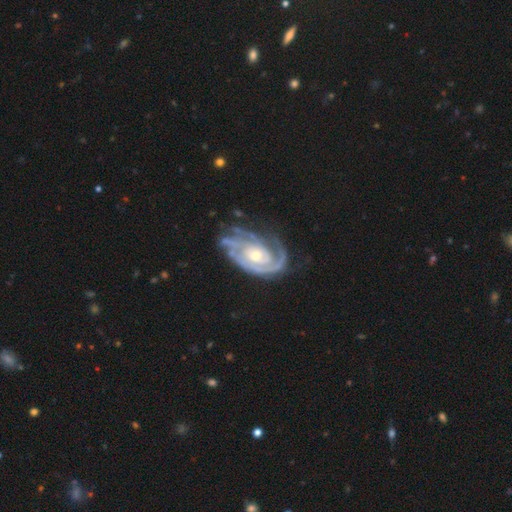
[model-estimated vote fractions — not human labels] smooth-or-featured: featured or disk: 91% | smooth: 4% | star or artifact: 4%
  disk-edge-on: no: 97% | yes: 3%
    bar: no: 72% | weak: 21% | strong: 7%
    has-spiral-arms: yes: 97% | no: 3%
      spiral-winding: tight: 68% | medium: 27% | loose: 6%
      spiral-arm-count: 2: 34% | 3: 25% | can't tell: 19% | 4: 8% | 1: 8% | more than 4: 6%
    bulge-size: small: 49% | moderate: 47% | large: 2% | none: 1% | dominant: 1%
  merging: none: 60% | minor disturbance: 23% | major disturbance: 14% | merger: 3%